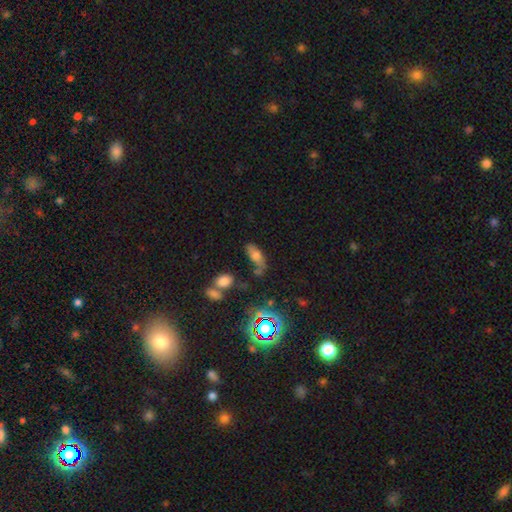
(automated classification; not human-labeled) smooth 64%, featured or disk 19%, star or artifact 17%. Down the decision tree: how rounded — in between (76%); merging — none (50%).